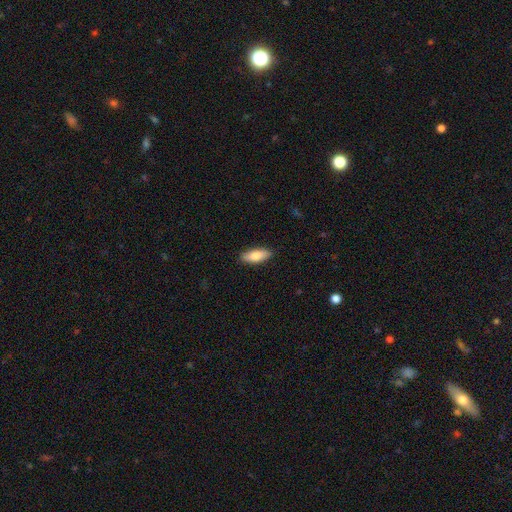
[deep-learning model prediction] This appears to be a smooth galaxy with no disk features (83%) that is in between round and cigar-shaped (72%). Merging: none (89%).